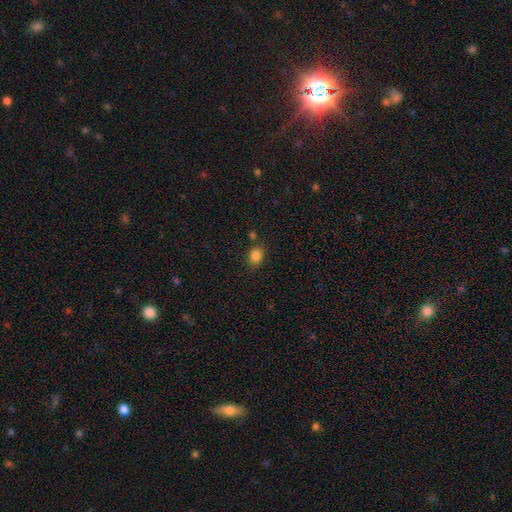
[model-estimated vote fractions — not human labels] A smooth galaxy with no disk features (84%) that is round (50%). Merging: none (79%).